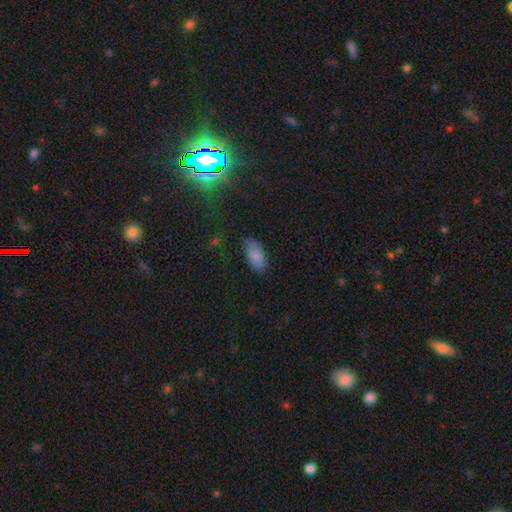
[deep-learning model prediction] Overall: smooth (81%). How rounded: in between (92%). Merging: none (81%).